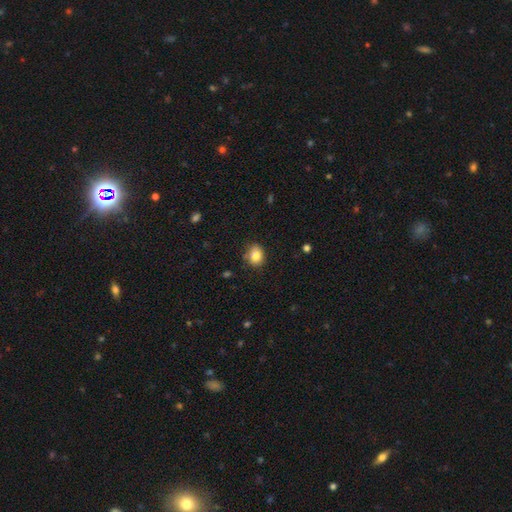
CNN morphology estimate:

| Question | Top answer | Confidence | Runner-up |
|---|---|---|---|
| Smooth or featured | smooth | 83% | star or artifact (10%) |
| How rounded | round | 58% | in between (41%) |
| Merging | none | 73% | minor disturbance (19%) |